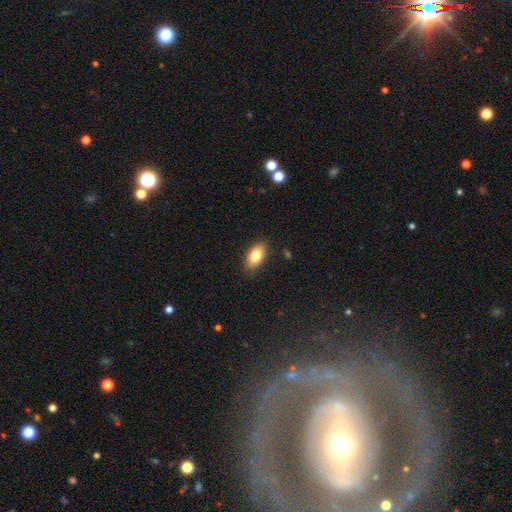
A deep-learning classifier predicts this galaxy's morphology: Q: Smooth or featured?
A: smooth (82%); runner-up: featured or disk (11%)
Q: How rounded?
A: in between (91%); runner-up: round (5%)
Q: Merging?
A: none (87%); runner-up: minor disturbance (10%)